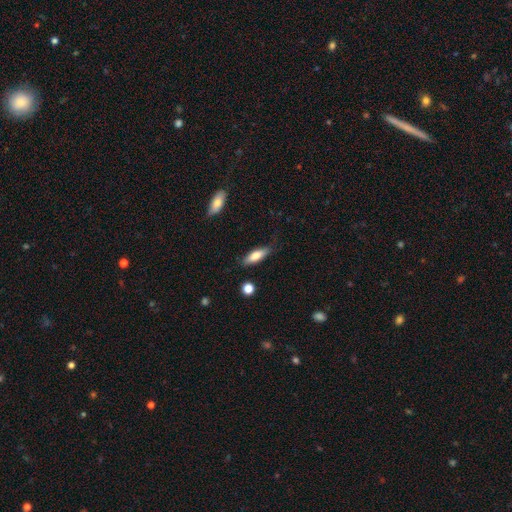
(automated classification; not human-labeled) Morphology: type=smooth (76%); roundness=in between (54%); merging=none (77%).